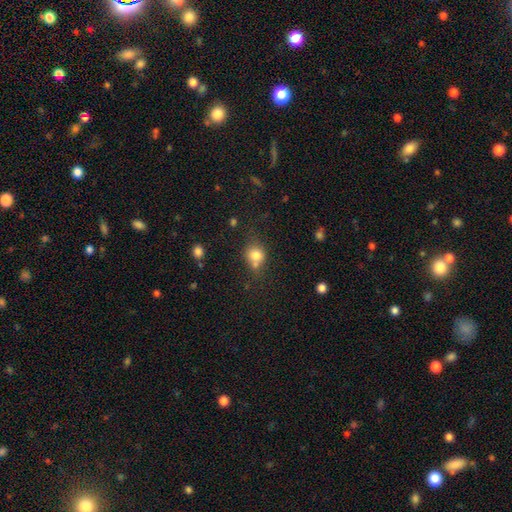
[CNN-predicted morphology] Smooth or featured: smooth — 78% (star or artifact — 12%)
How rounded: round — 73% (in between — 26%)
Merging: none — 49% (merger — 27%)